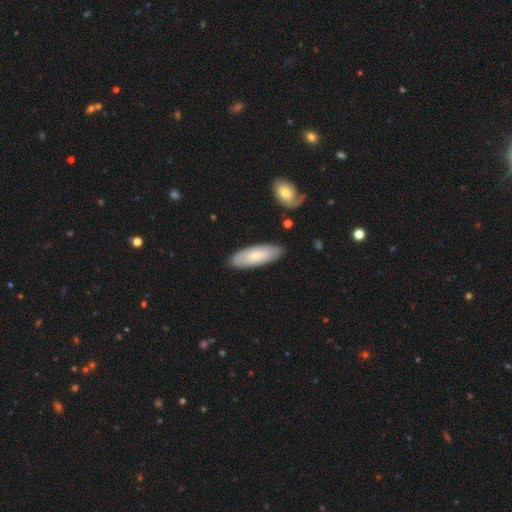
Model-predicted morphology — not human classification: A smooth galaxy with no disk features (66%) that is in between round and cigar-shaped (71%).

Vote fractions:
- Smooth or featured? smooth: 66% / featured or disk: 29% / star or artifact: 5%
- How rounded? in between: 71% / cigar-shaped: 27% / round: 2%
- Merging? none: 84% / minor disturbance: 11% / major disturbance: 2% / merger: 2%